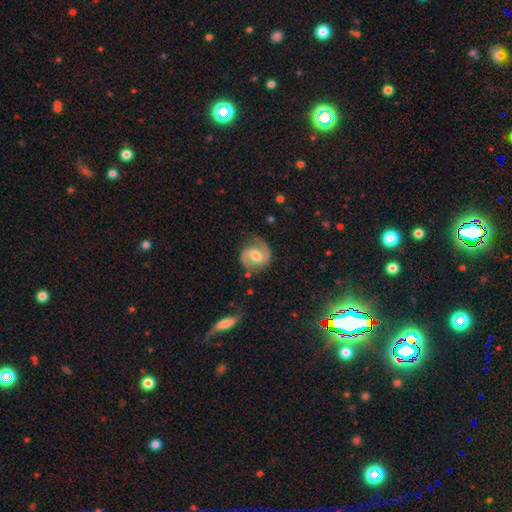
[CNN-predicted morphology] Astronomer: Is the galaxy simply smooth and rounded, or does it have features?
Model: featured or disk — 74%.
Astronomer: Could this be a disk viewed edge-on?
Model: no — 97%.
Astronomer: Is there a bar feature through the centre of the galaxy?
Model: weak — 49% (runner-up: no, 34%).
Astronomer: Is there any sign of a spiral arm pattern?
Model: yes — 92%.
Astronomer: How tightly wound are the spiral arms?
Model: medium — 51%.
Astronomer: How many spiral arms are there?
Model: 2 — 88%.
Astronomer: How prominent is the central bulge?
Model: moderate — 67%.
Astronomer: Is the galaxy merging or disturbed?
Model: none — 74%.